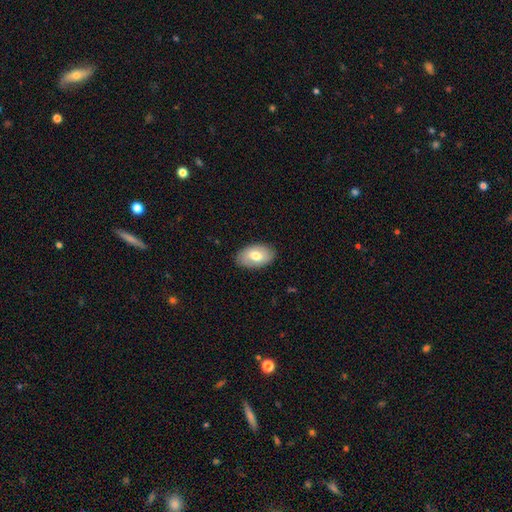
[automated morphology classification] This is likely a smooth galaxy (71%). How rounded: clearly in between (92%). Merging: clearly none (86%).